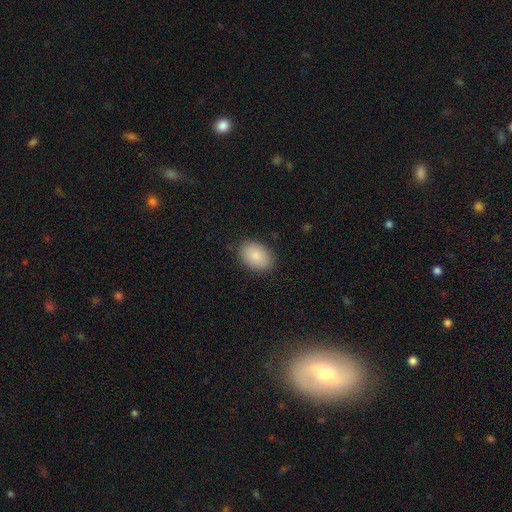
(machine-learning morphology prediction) This appears to be a smooth galaxy with no disk features (86%) that is in between round and cigar-shaped (83%). Merging: none (87%).